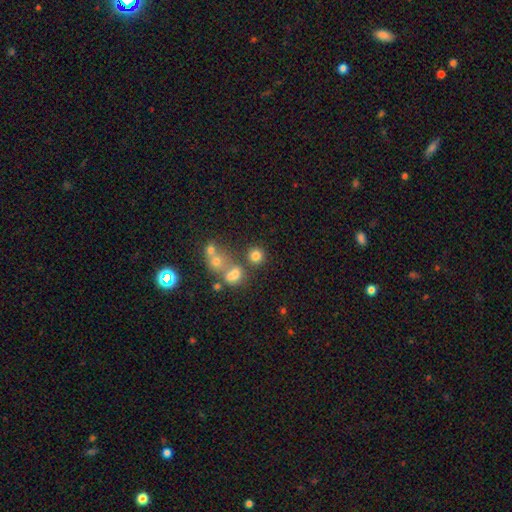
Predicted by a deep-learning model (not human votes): Smooth or featured?
  - smooth: 75% *
  - star or artifact: 15%
  - featured or disk: 9%
How rounded?
  - round: 88% *
  - in between: 11%
  - cigar-shaped: 1%
Merging?
  - none: 71% *
  - merger: 16%
  - minor disturbance: 9%
  - major disturbance: 4%